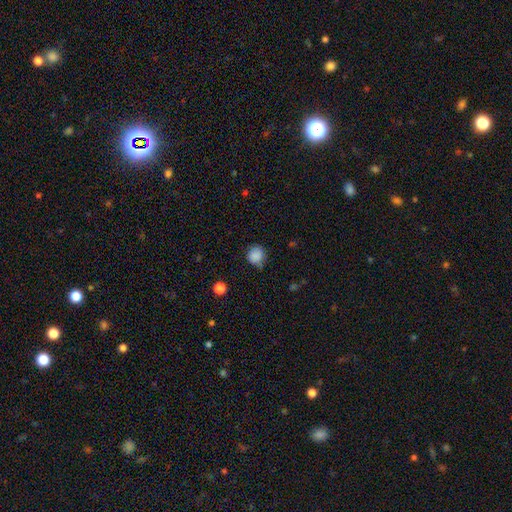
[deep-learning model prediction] Q: Smooth or featured?
A: smooth (85%); runner-up: star or artifact (10%)
Q: How rounded?
A: round (86%); runner-up: in between (13%)
Q: Merging?
A: none (67%); runner-up: minor disturbance (24%)